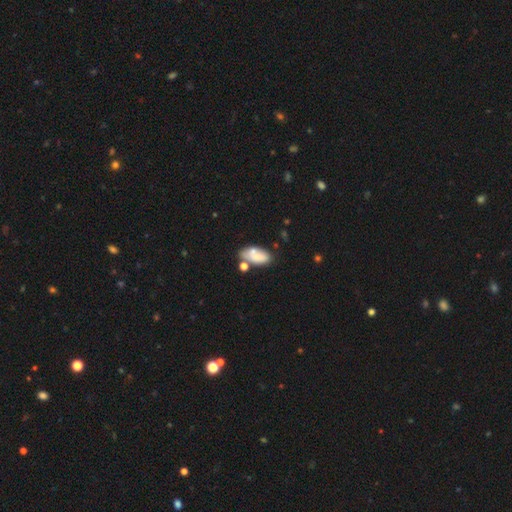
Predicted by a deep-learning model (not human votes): Q: Smooth or featured?
A: smooth (71%); runner-up: featured or disk (21%)
Q: How rounded?
A: in between (90%); runner-up: cigar-shaped (6%)
Q: Merging?
A: none (50%); runner-up: merger (22%)